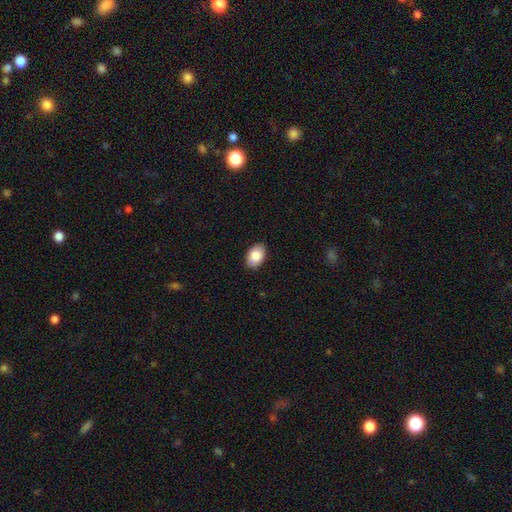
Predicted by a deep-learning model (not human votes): smooth_or_featured: smooth (p=0.85) [alt: featured or disk p=0.08]
how_rounded: in between (p=0.87) [alt: round p=0.12]
merging: none (p=0.87) [alt: minor disturbance p=0.10]